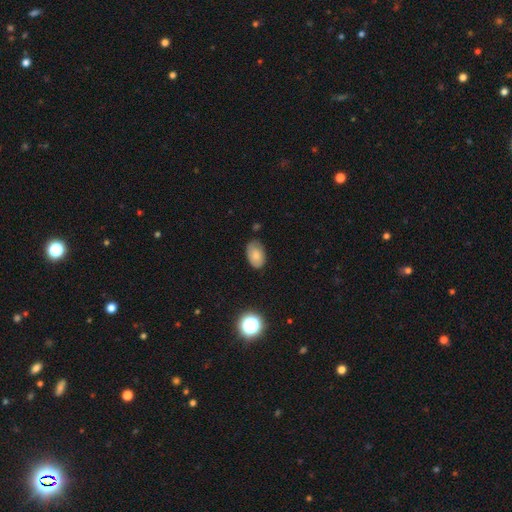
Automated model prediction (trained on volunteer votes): Smooth or featured?
  - smooth: 79% *
  - featured or disk: 11%
  - star or artifact: 9%
How rounded?
  - in between: 90% *
  - round: 9%
  - cigar-shaped: 1%
Merging?
  - none: 77% *
  - minor disturbance: 18%
  - major disturbance: 3%
  - merger: 2%